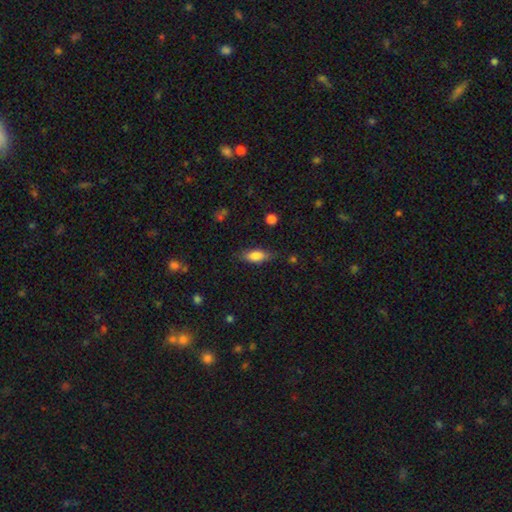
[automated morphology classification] Q: Smooth or featured?
A: smooth (76%); runner-up: featured or disk (17%)
Q: How rounded?
A: in between (70%); runner-up: cigar-shaped (27%)
Q: Merging?
A: none (80%); runner-up: minor disturbance (15%)